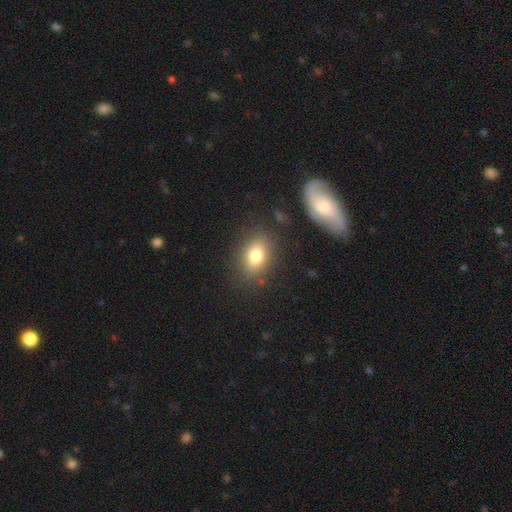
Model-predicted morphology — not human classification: Q: Smooth or featured?
A: smooth (78%); runner-up: featured or disk (11%)
Q: How rounded?
A: in between (67%); runner-up: round (31%)
Q: Merging?
A: none (82%); runner-up: minor disturbance (11%)